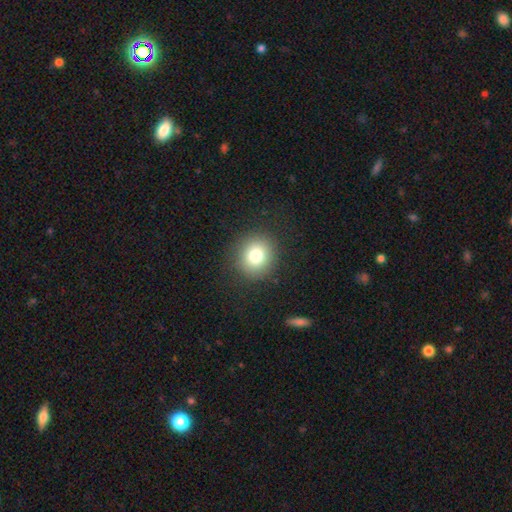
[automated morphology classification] Q: Smooth or featured?
A: smooth (80%); runner-up: star or artifact (11%)
Q: How rounded?
A: round (85%); runner-up: in between (14%)
Q: Merging?
A: none (88%); runner-up: minor disturbance (7%)